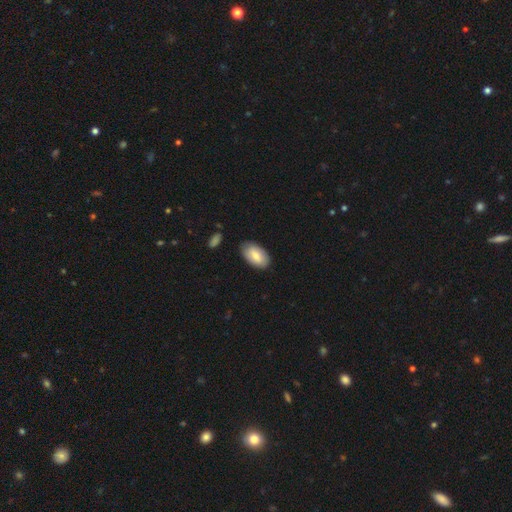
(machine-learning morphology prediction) Smooth or featured? Predicted: smooth (p=0.75). How rounded? Predicted: in between (p=0.95). Merging? Predicted: none (p=0.81).